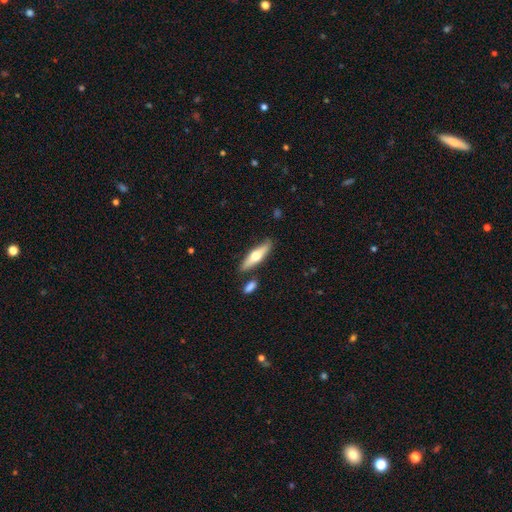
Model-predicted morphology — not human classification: smooth-or-featured: smooth: 50% | featured or disk: 45% | star or artifact: 5%
  merging: none: 80% | minor disturbance: 11% | merger: 6% | major disturbance: 3%